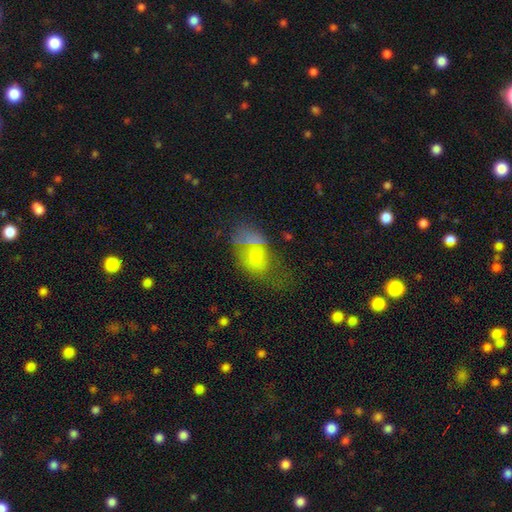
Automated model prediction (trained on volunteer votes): This appears to be a smooth galaxy with no disk features (59%) that is in between round and cigar-shaped (83%). Merging: none (36%).